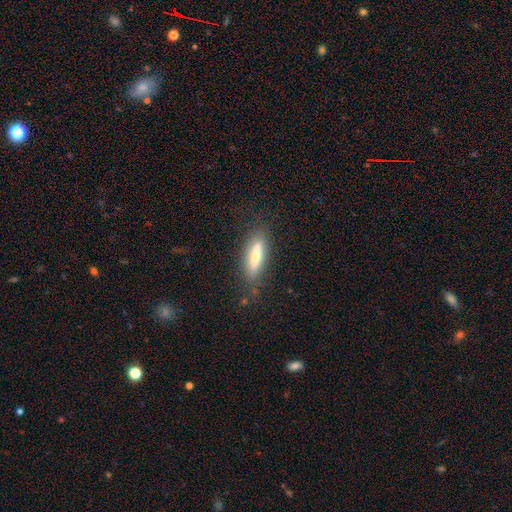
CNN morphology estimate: Smooth or featured: smooth — 67% (featured or disk — 26%)
How rounded: cigar-shaped — 68% (in between — 30%)
Merging: none — 81% (minor disturbance — 13%)